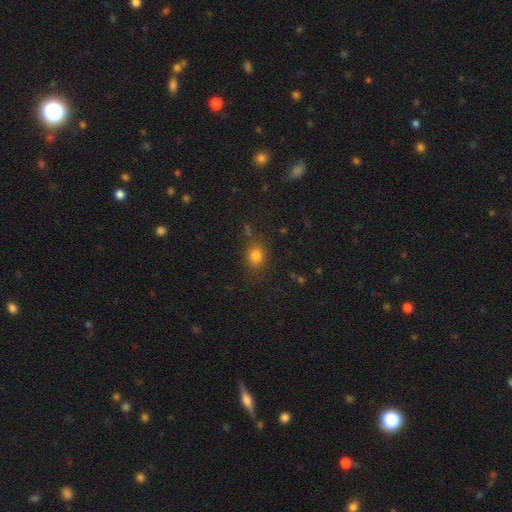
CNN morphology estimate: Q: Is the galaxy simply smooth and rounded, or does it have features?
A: smooth — 79%.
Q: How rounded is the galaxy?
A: round — 57%.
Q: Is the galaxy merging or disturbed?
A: none — 78%.